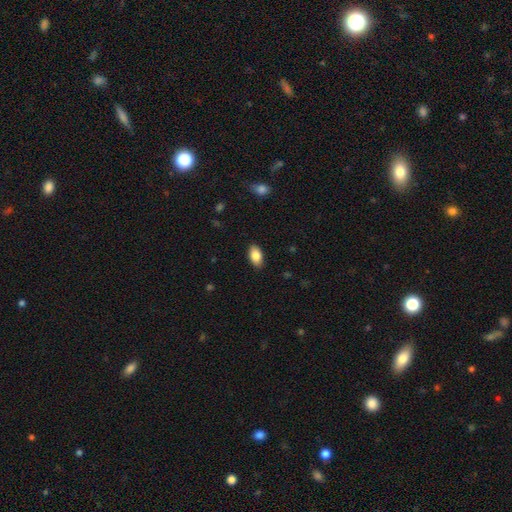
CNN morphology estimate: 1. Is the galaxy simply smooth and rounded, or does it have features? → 86% smooth, 7% featured or disk, 7% star or artifact.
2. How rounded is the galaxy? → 93% in between, 5% round, 3% cigar-shaped.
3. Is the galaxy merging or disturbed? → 88% none, 9% minor disturbance, 2% major disturbance, 1% merger.